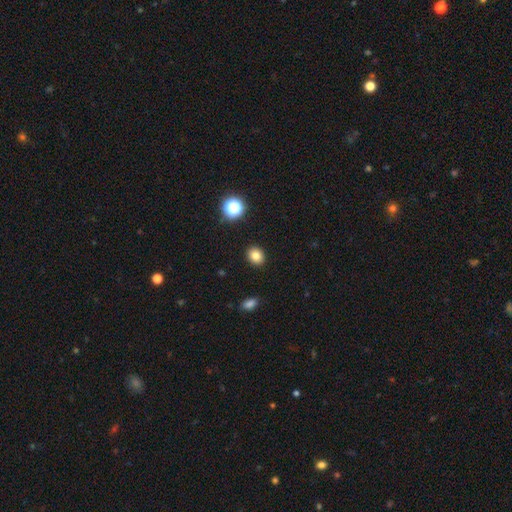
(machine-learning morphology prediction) Smooth or featured?
  - smooth: 82% *
  - star or artifact: 12%
  - featured or disk: 6%
How rounded?
  - round: 59% *
  - in between: 40%
  - cigar-shaped: 1%
Merging?
  - none: 90% *
  - minor disturbance: 6%
  - major disturbance: 2%
  - merger: 1%